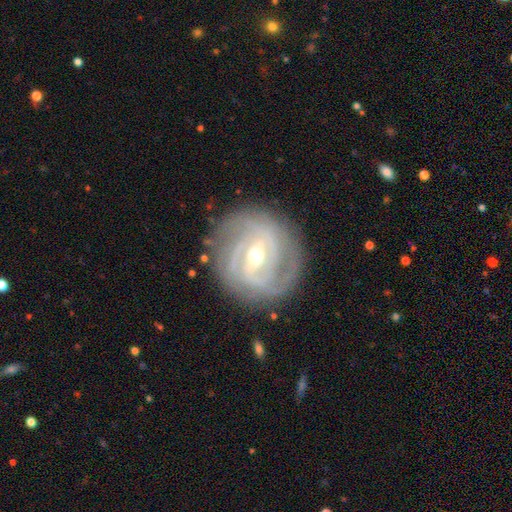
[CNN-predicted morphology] This appears to be a featured or disk galaxy (88%) with a weak bar (43%), 2 (30%) tight (68%) spiral arms (95%) and a moderate central bulge (49%). Merging: none (80%).